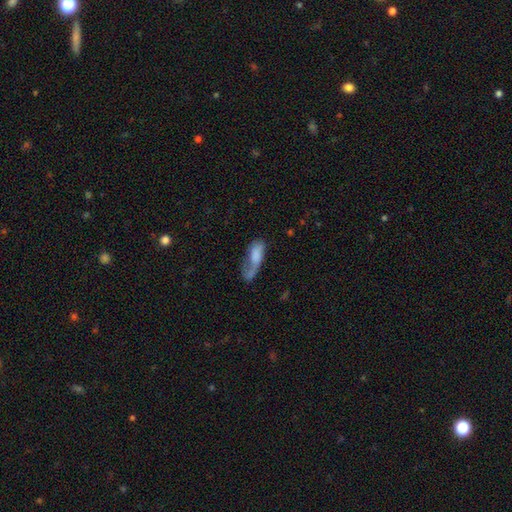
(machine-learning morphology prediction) type=smooth (64%); roundness=in between (68%); merging=major disturbance (37%).